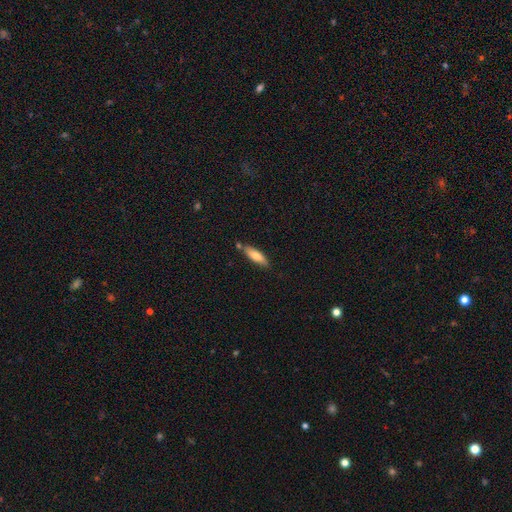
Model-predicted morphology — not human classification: This appears to be a smooth galaxy with no disk features (74%) that is cigar-shaped (56%). Merging: none (75%).